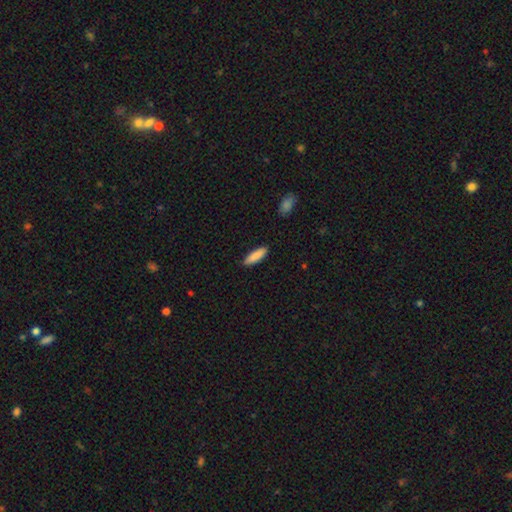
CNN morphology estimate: Smooth or featured? smooth (89%)
How rounded? cigar-shaped (53%)
Merging? none (89%)